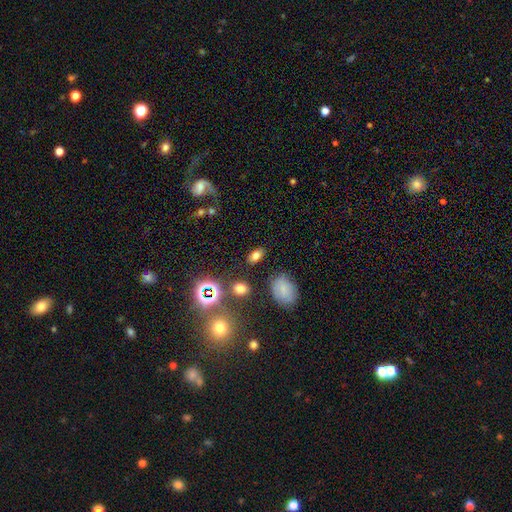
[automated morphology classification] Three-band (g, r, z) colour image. It shows a smooth galaxy with no disk features (73%) that is in between round and cigar-shaped (86%). Merging: none (83%).